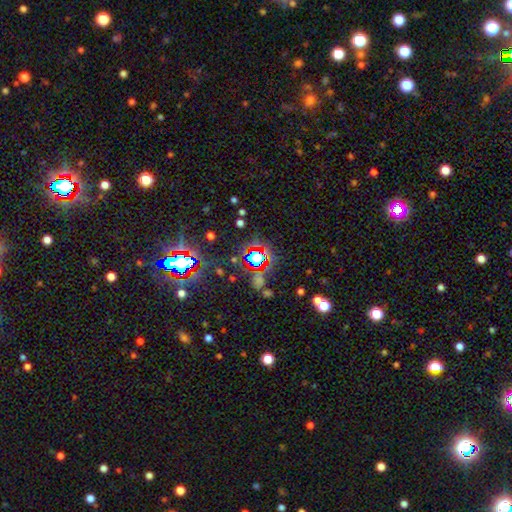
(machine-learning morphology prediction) A star or artifact, not a galaxy (66%).